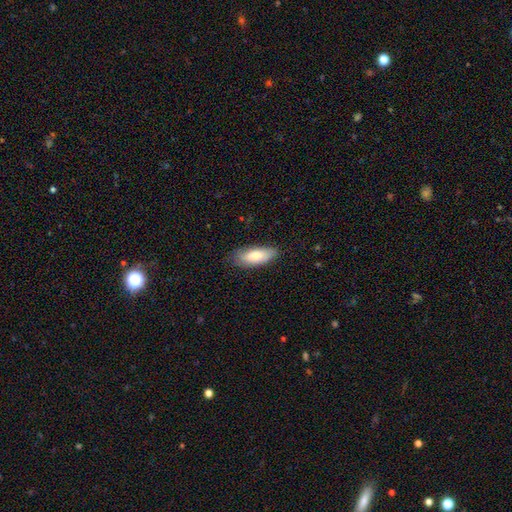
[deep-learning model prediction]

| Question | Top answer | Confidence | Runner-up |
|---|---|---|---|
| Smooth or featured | smooth | 81% | featured or disk (13%) |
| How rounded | in between | 77% | cigar-shaped (22%) |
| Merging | none | 79% | minor disturbance (17%) |